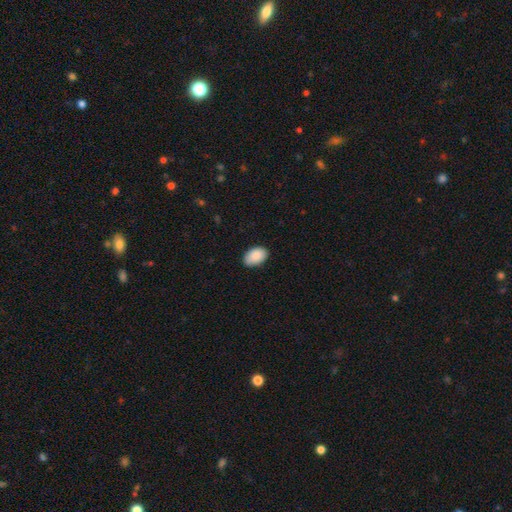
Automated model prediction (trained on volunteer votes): Smooth or featured: smooth — 90% (star or artifact — 6%)
How rounded: in between — 91% (round — 8%)
Merging: none — 82% (minor disturbance — 15%)